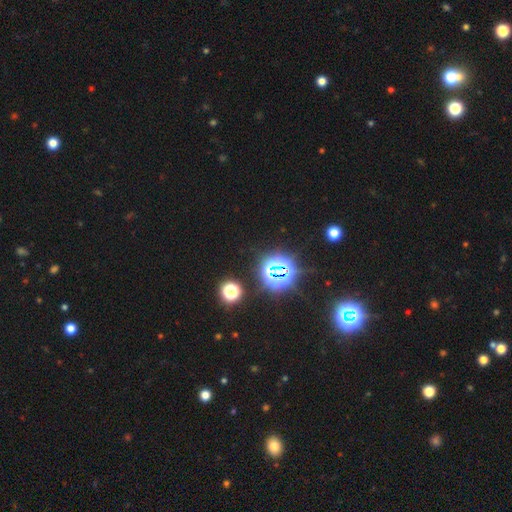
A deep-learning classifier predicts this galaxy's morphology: Smooth or featured? star or artifact (81%)